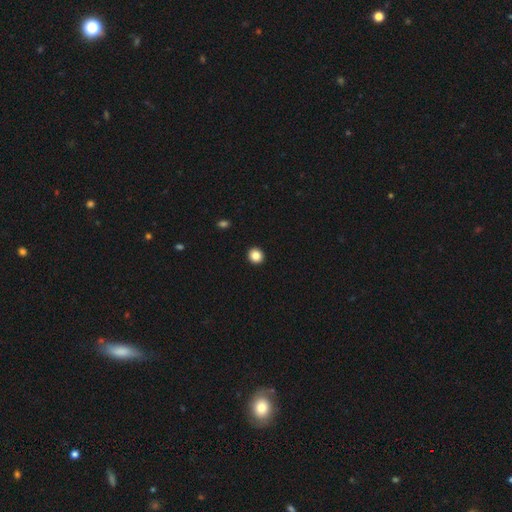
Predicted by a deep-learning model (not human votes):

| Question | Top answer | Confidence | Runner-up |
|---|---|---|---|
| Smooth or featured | smooth | 86% | star or artifact (10%) |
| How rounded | round | 90% | in between (9%) |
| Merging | none | 94% | minor disturbance (4%) |